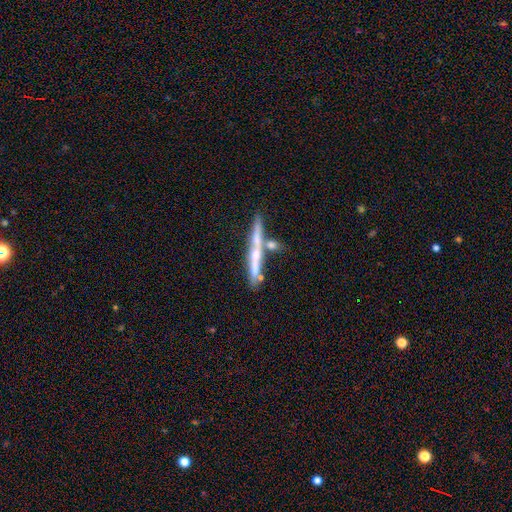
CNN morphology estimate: Smooth or featured? Predicted: featured or disk (p=0.60). Edge-on disk? Predicted: yes (p=0.93). Edge-on bulge? Predicted: rounded (p=0.52). Merging? Predicted: none (p=0.62).